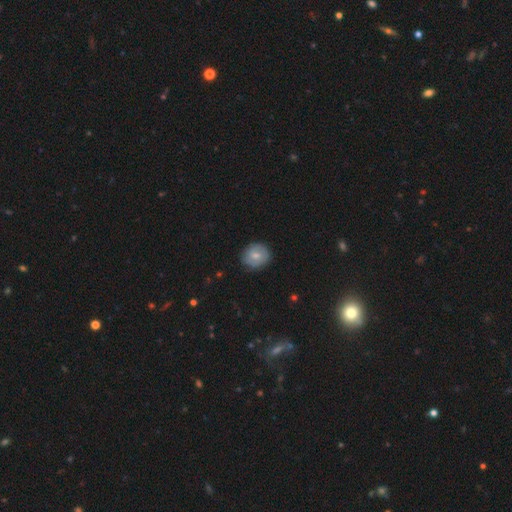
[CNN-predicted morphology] Smooth or featured? smooth (61%)
How rounded? round (73%)
Merging? none (79%)